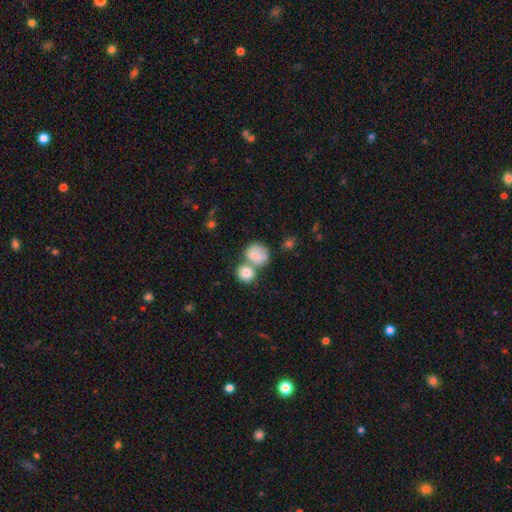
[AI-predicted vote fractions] A smooth galaxy with no disk features (64%) that is round (73%). Merging: merger (50%).